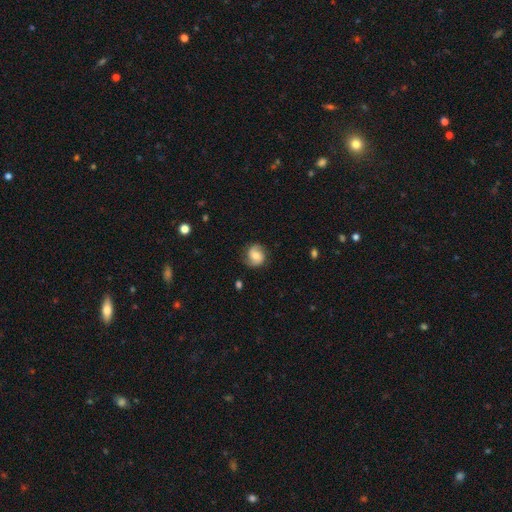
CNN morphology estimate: Q: Smooth or featured?
A: featured or disk (51%); runner-up: smooth (40%)
Q: Edge-on disk?
A: no (97%); runner-up: yes (3%)
Q: Merging?
A: none (78%); runner-up: minor disturbance (16%)